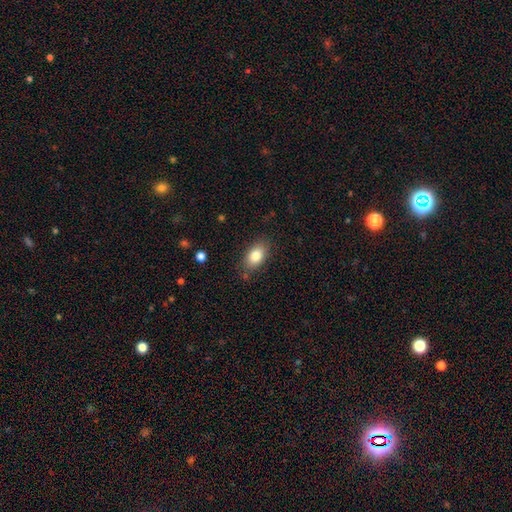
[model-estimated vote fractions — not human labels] The model was most divided on "merging": none: 81%, minor disturbance: 14%, major disturbance: 3%, merger: 2%. More confident: how rounded — in between (89%); smooth or featured — smooth (83%).